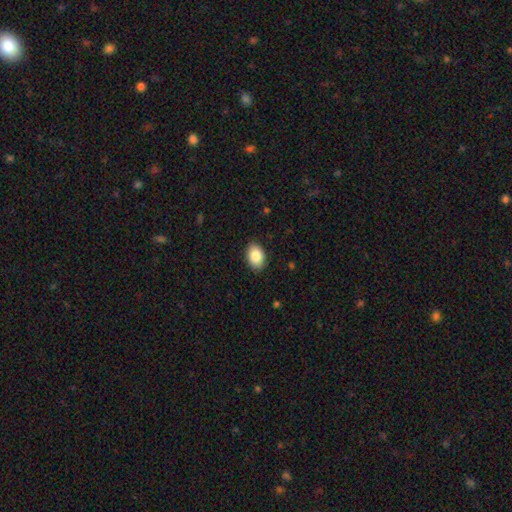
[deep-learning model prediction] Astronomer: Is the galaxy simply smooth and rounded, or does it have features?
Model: smooth — 86%.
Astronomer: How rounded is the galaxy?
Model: in between — 85%.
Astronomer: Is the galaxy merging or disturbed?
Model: none — 89%.